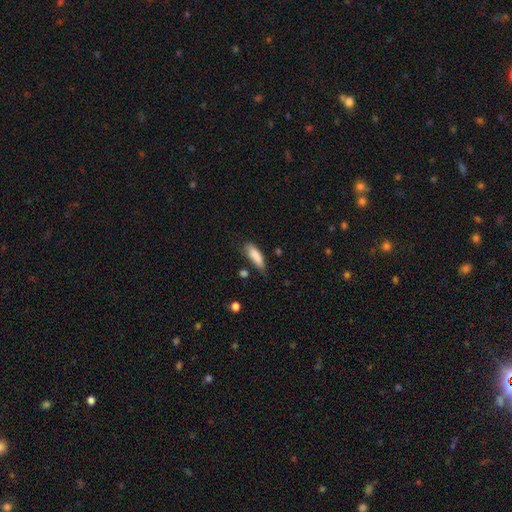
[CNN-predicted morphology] smooth-or-featured: smooth: 84% | featured or disk: 9% | star or artifact: 7%
  how-rounded: in between: 49% (tied) | cigar-shaped: 49% (tied) | round: 2%
  merging: none: 59% | minor disturbance: 29% | major disturbance: 7% | merger: 4%